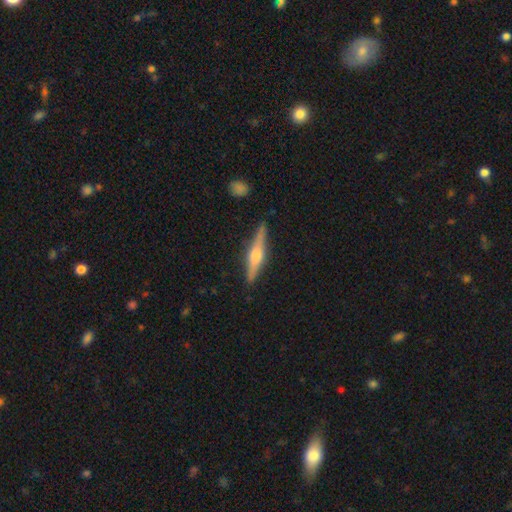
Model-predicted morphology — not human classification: This is likely a featured or disk galaxy (72%). It is clearly viewed edge-on (97%). Edge-on bulge: clearly rounded (91%). Merging: clearly none (88%).